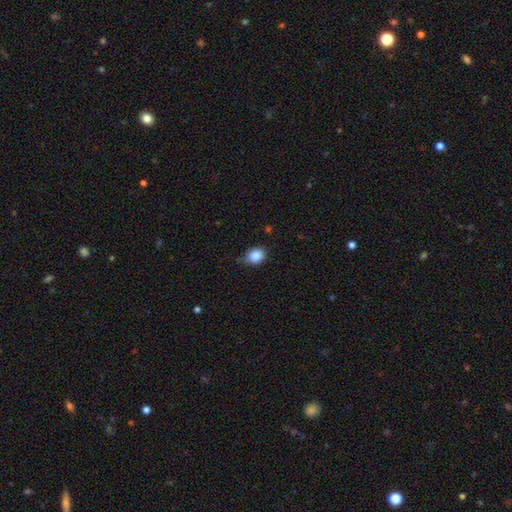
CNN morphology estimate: smooth 86%, star or artifact 9%, featured or disk 5%. Down the decision tree: how rounded — round (58%); merging — none (70%).